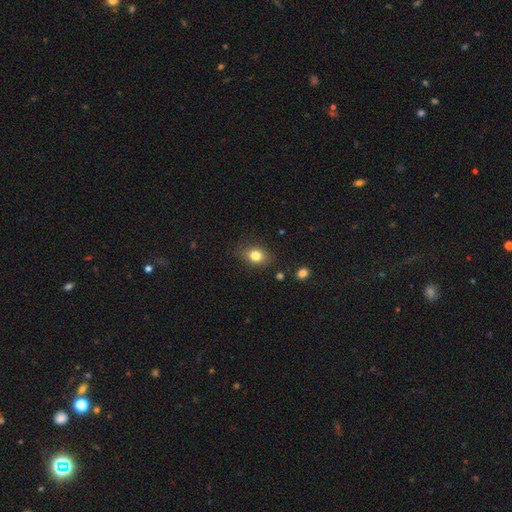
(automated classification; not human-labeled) smooth_or_featured: smooth (p=0.79) [alt: star or artifact p=0.11]
how_rounded: in between (p=0.60) [alt: round p=0.39]
merging: none (p=0.81) [alt: minor disturbance p=0.14]